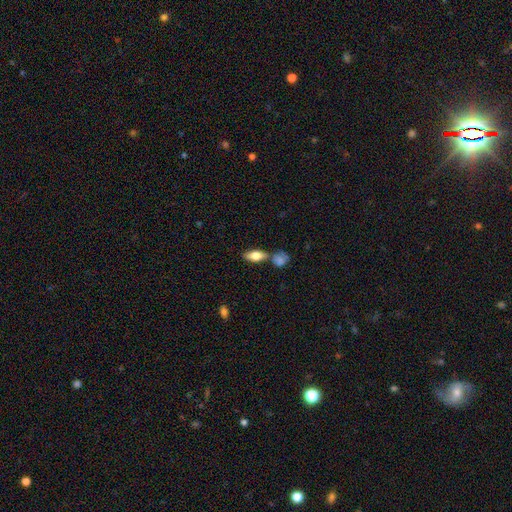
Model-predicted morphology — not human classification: This is likely a smooth galaxy (70%). How rounded: likely in between (78%). Merging: likely none (66%).